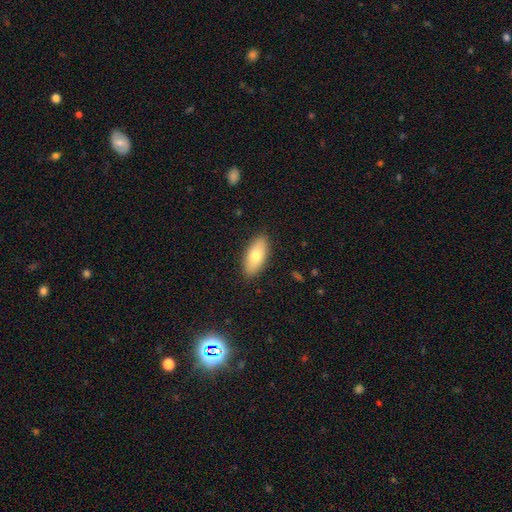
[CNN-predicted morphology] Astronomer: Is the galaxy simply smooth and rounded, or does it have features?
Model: smooth — 75%.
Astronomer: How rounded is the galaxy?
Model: in between — 88%.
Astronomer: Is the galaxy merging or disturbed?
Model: none — 88%.